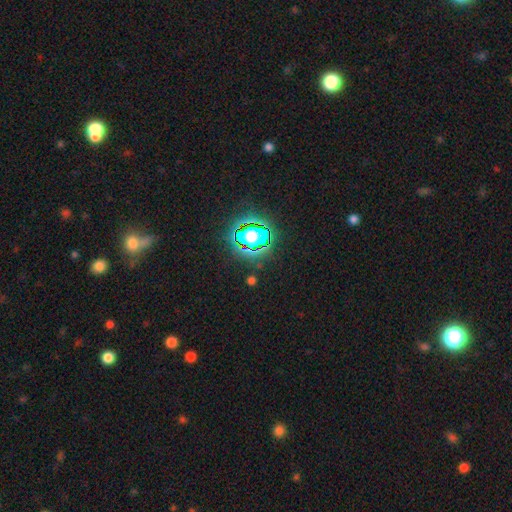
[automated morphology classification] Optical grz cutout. It shows a star or artifact, not a galaxy (79%).